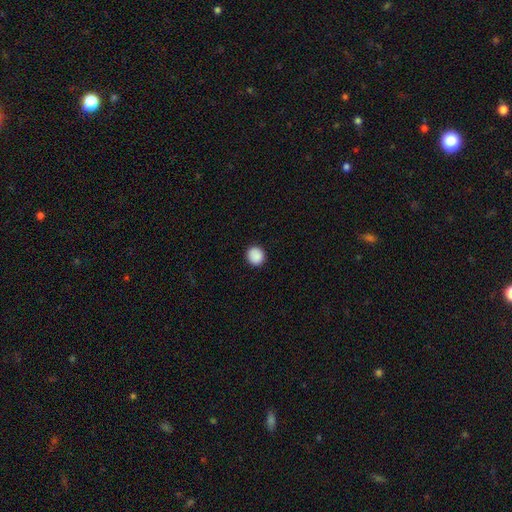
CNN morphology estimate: Q: Smooth or featured?
A: smooth (89%); runner-up: star or artifact (8%)
Q: How rounded?
A: round (90%); runner-up: in between (9%)
Q: Merging?
A: none (91%); runner-up: minor disturbance (6%)